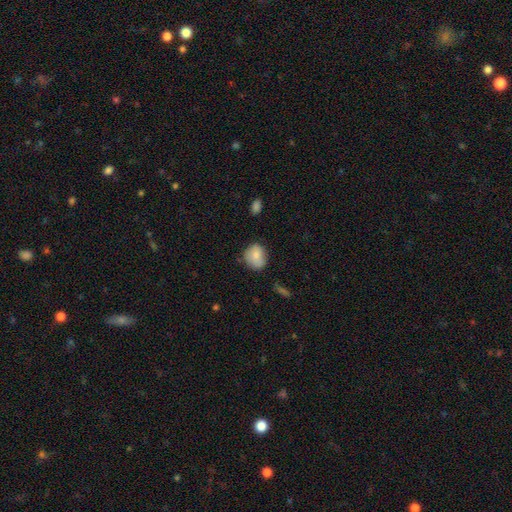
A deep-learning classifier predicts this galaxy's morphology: Smooth or featured? smooth (79%)
How rounded? round (58%)
Merging? none (65%)